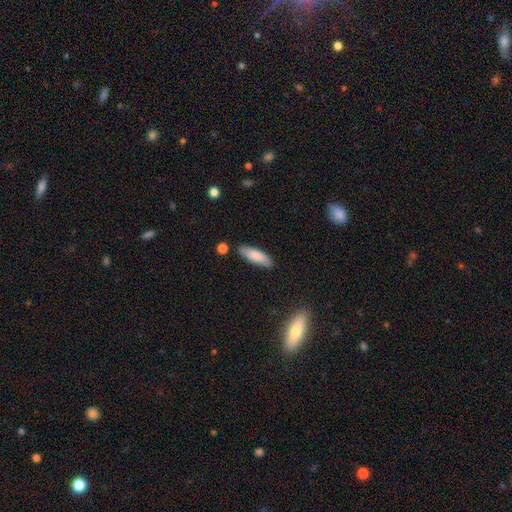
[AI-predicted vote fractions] Smooth or featured? Predicted: smooth (p=0.82). How rounded? Predicted: in between (p=0.53). Merging? Predicted: none (p=0.83).